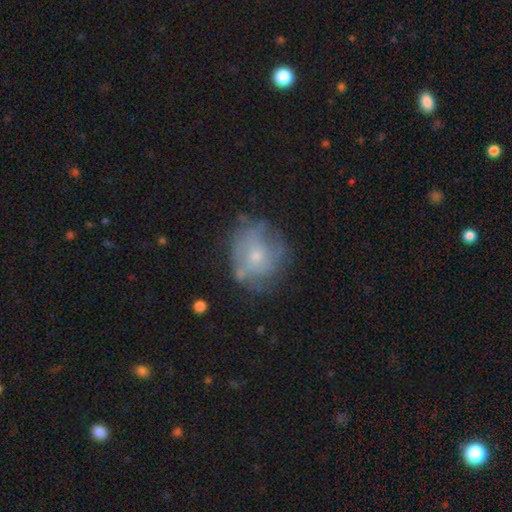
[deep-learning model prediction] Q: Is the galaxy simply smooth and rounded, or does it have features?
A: featured or disk — 54%.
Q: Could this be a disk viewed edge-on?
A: no — 97%.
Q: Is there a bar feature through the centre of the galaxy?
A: no — 82%.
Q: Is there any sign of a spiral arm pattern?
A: yes — 53%.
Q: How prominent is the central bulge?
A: small — 65%.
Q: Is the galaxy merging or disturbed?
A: none — 58%.